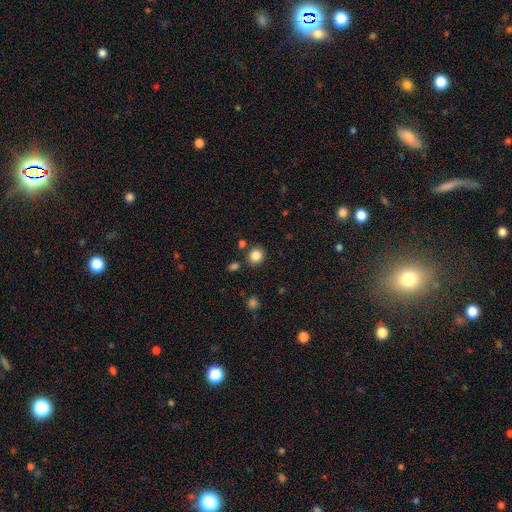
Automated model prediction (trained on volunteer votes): This appears to be a smooth galaxy with no disk features (85%) that is round (81%). Merging: none (83%).